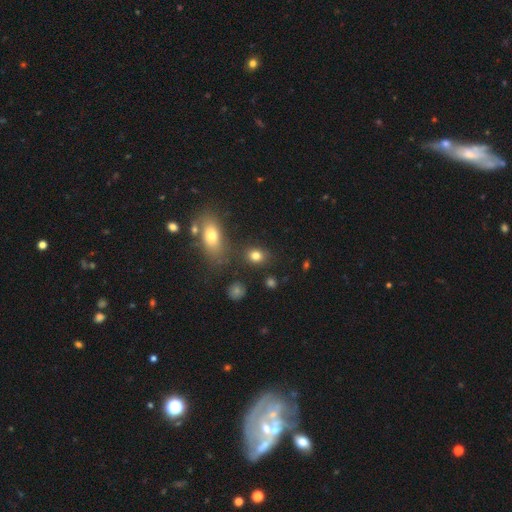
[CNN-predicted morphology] Smooth or featured? smooth (81%)
How rounded? in between (53%)
Merging? none (78%)